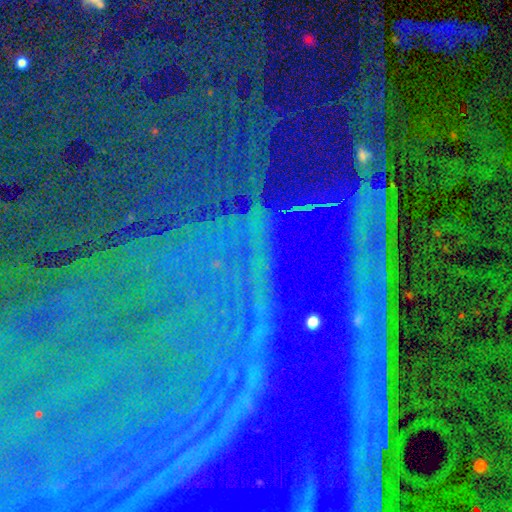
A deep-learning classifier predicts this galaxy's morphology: This is clearly a star or artifact rather than a galaxy (86%).